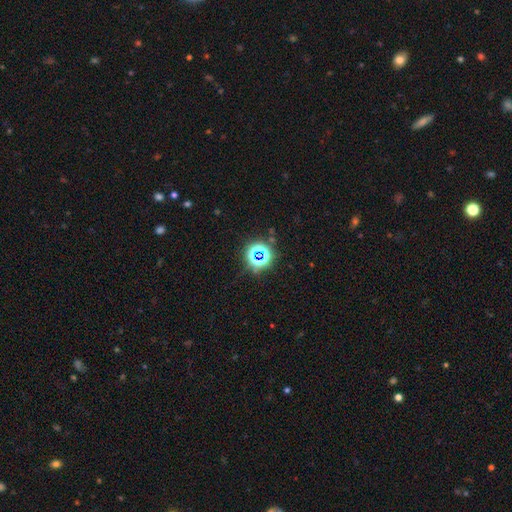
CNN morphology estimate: The model was most divided on "smooth or featured": star or artifact: 70%, smooth: 20%, featured or disk: 9%.